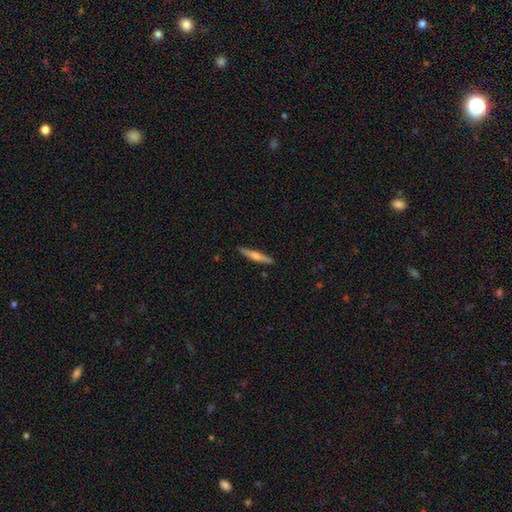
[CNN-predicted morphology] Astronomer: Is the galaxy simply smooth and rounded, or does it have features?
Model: featured or disk — 49% (runner-up: smooth, 45%).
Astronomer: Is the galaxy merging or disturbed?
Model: none — 90%.